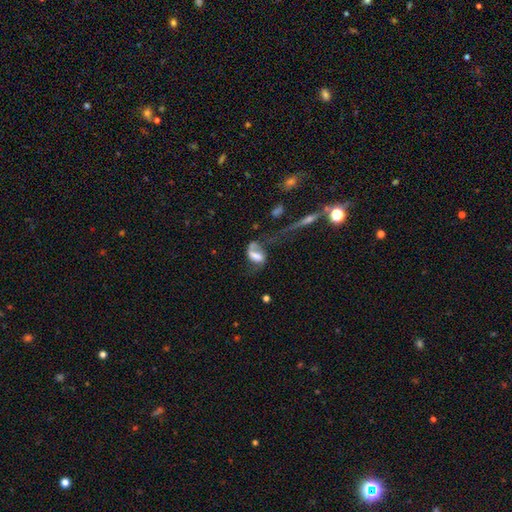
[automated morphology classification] smooth-or-featured: featured or disk: 51% | smooth: 39% | star or artifact: 11%
  disk-edge-on: no: 94% | yes: 6%
  merging: major disturbance: 41% | none: 24% | merger: 18% | minor disturbance: 17%